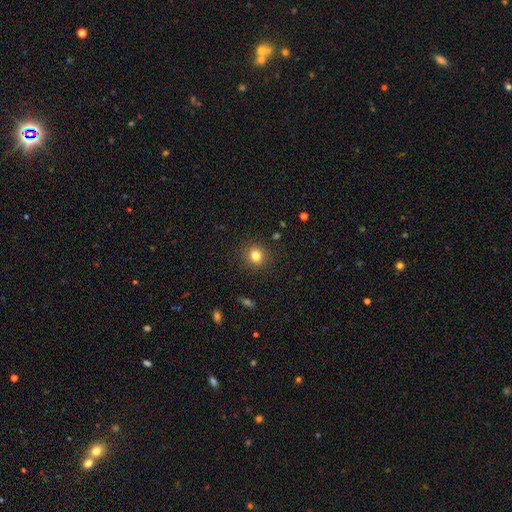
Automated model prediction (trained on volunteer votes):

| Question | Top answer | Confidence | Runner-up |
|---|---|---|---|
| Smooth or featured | smooth | 81% | star or artifact (13%) |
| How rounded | round | 86% | in between (13%) |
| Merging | none | 90% | minor disturbance (6%) |